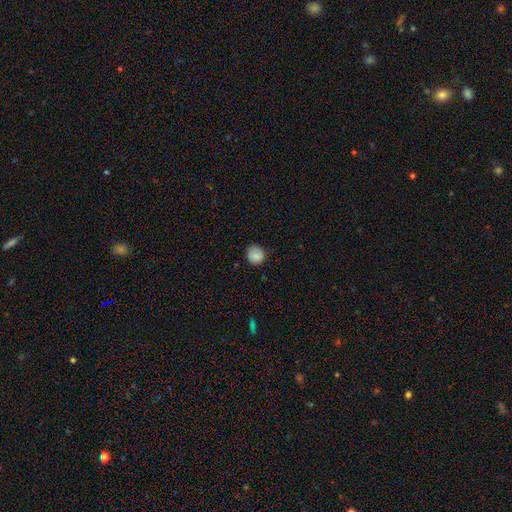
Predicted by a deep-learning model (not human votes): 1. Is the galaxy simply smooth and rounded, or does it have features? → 85% smooth, 8% star or artifact, 7% featured or disk.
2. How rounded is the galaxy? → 86% round, 13% in between, 1% cigar-shaped.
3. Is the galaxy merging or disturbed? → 76% none, 20% minor disturbance, 4% major disturbance, 1% merger.